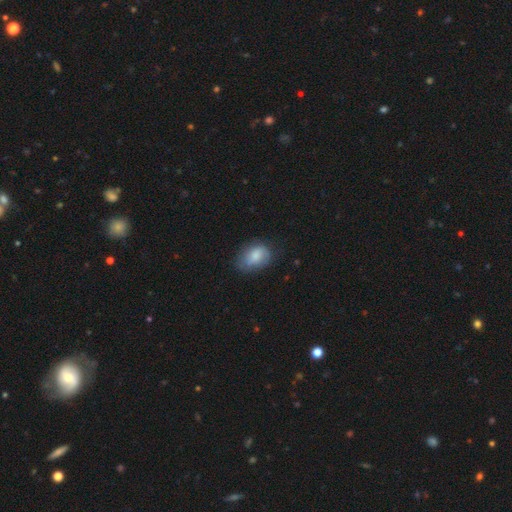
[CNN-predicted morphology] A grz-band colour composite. It shows a smooth galaxy with no disk features (78%) that is in between round and cigar-shaped (80%). Merging: none (60%).